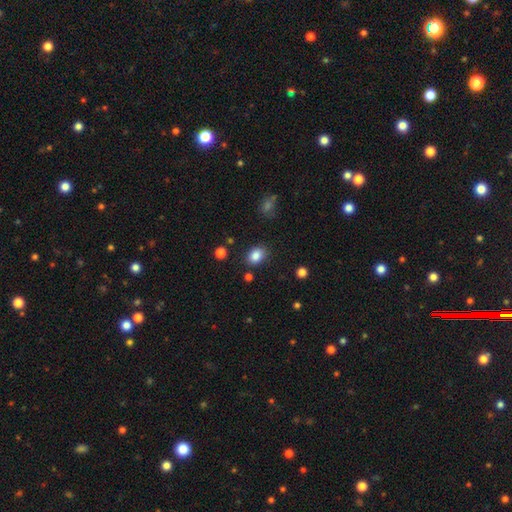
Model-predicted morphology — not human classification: smooth-or-featured: smooth: 85% | star or artifact: 10% | featured or disk: 6%
  how-rounded: in between: 68% | round: 31% | cigar-shaped: 1%
  merging: none: 84% | minor disturbance: 11% | major disturbance: 3% | merger: 3%